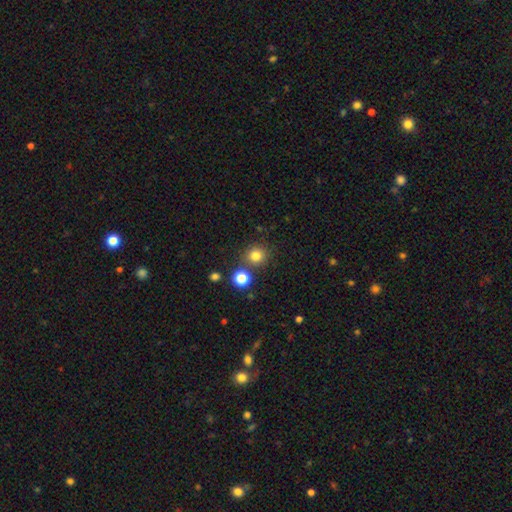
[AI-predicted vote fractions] Smooth or featured? smooth (80%)
How rounded? round (90%)
Merging? none (79%)